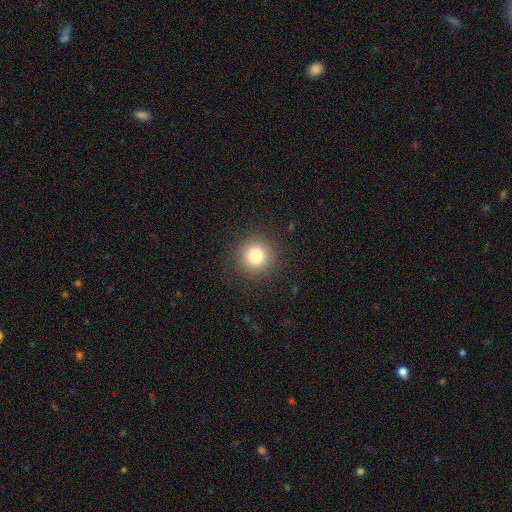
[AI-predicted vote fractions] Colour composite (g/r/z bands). It shows a smooth galaxy with no disk features (80%) that is round (95%). Merging: none (91%).